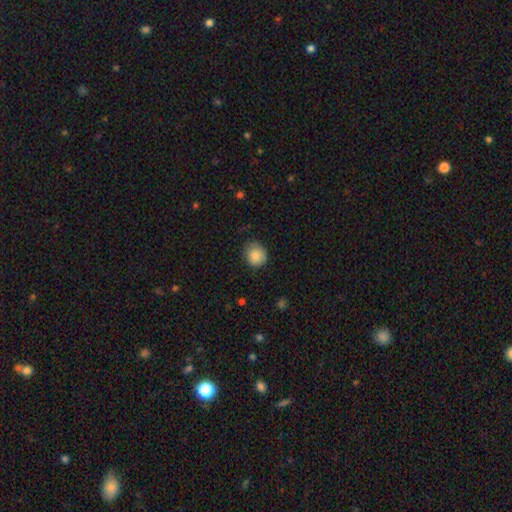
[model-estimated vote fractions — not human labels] A smooth galaxy with no disk features (86%) that is round (83%).

Vote fractions:
- Smooth or featured? smooth: 86% / star or artifact: 8% / featured or disk: 6%
- How rounded? round: 83% / in between: 16% / cigar-shaped: 1%
- Merging? none: 73% / minor disturbance: 21% / major disturbance: 4% / merger: 1%